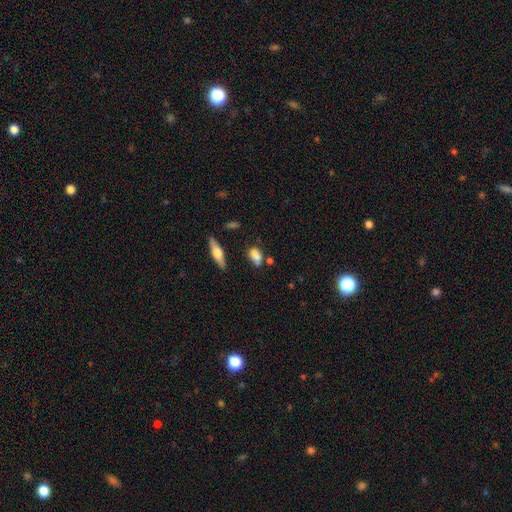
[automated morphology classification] A smooth galaxy with no disk features (73%) that is in between round and cigar-shaped (76%). Merging: none (56%).